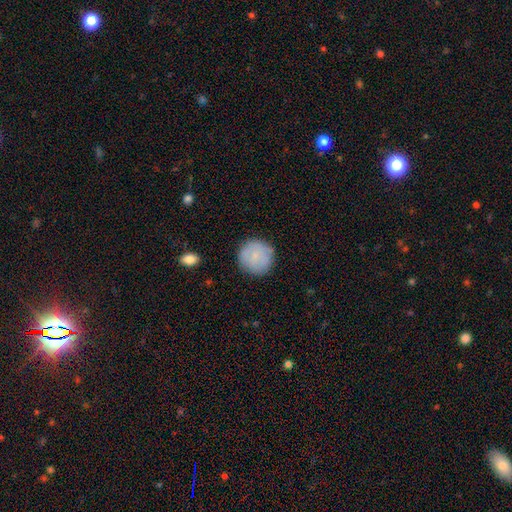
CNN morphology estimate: The model was most divided on "smooth or featured": smooth: 80%, featured or disk: 13%, star or artifact: 7%. More confident: how rounded — round (95%); merging — none (85%).